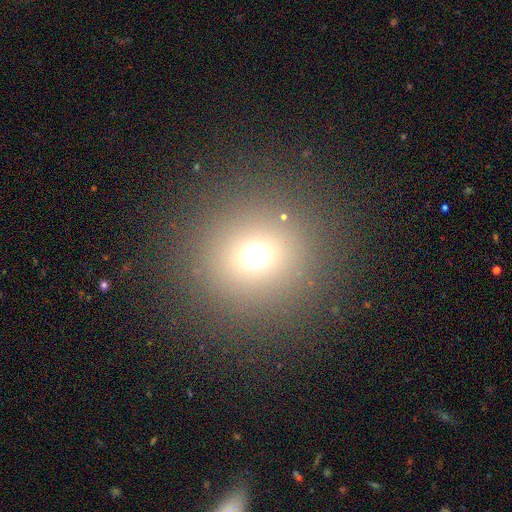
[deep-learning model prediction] Q: Smooth or featured?
A: smooth (66%); runner-up: star or artifact (25%)
Q: How rounded?
A: round (92%); runner-up: in between (7%)
Q: Merging?
A: none (88%); runner-up: minor disturbance (6%)